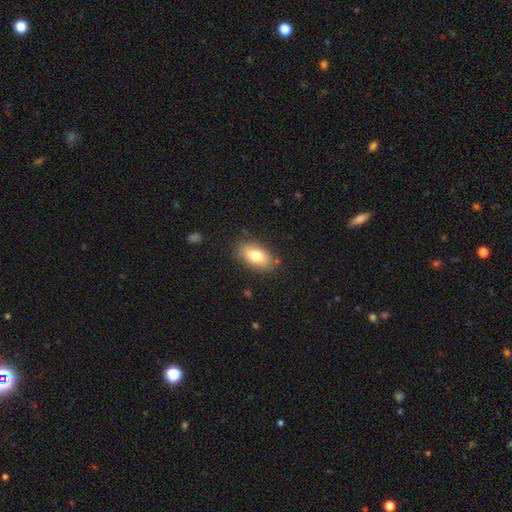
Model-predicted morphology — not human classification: type=smooth (79%); roundness=in between (90%); merging=none (84%).